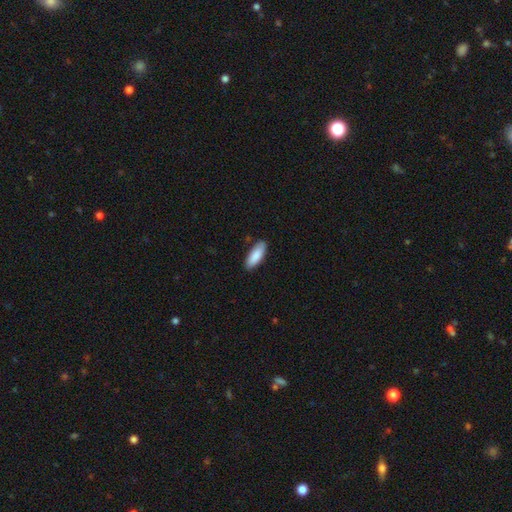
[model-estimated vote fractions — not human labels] Smooth or featured: smooth — 88% (featured or disk — 6%)
How rounded: in between — 68% (cigar-shaped — 30%)
Merging: none — 87% (minor disturbance — 10%)